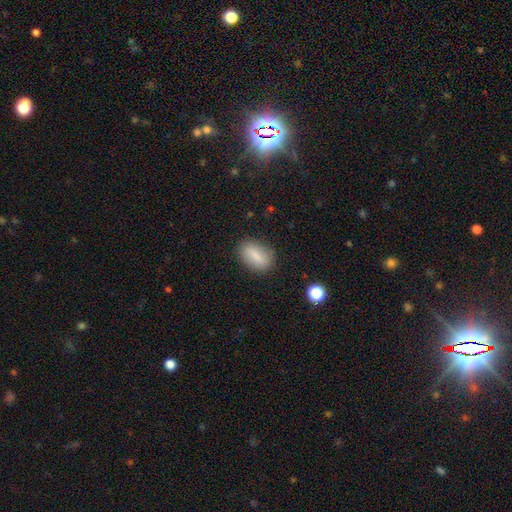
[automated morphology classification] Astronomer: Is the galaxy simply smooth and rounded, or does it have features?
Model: smooth — 80%.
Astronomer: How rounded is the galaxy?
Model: in between — 84%.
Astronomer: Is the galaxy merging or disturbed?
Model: none — 83%.